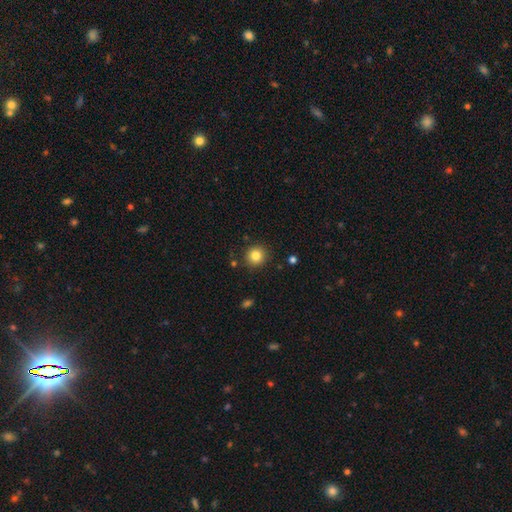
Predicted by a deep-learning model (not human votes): A smooth galaxy with no disk features (83%) that is round (92%).

Vote fractions:
- Smooth or featured? smooth: 83% / star or artifact: 11% / featured or disk: 6%
- How rounded? round: 92% / in between: 8% / cigar-shaped: 1%
- Merging? none: 89% / minor disturbance: 7% / major disturbance: 2% / merger: 2%